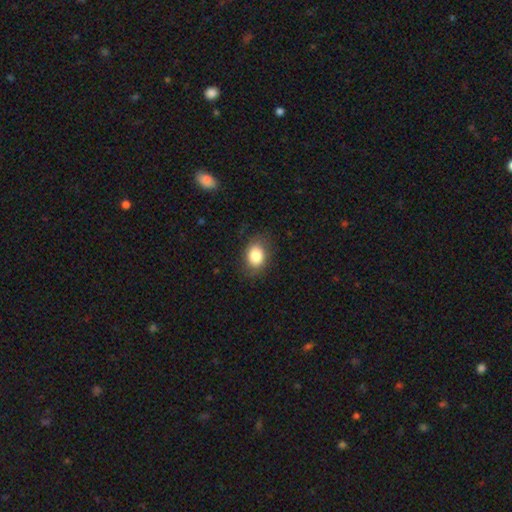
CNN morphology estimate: The model was most divided on "how rounded": in between: 61%, round: 38%, cigar-shaped: 1%. More confident: smooth or featured — smooth (83%); merging — none (78%).